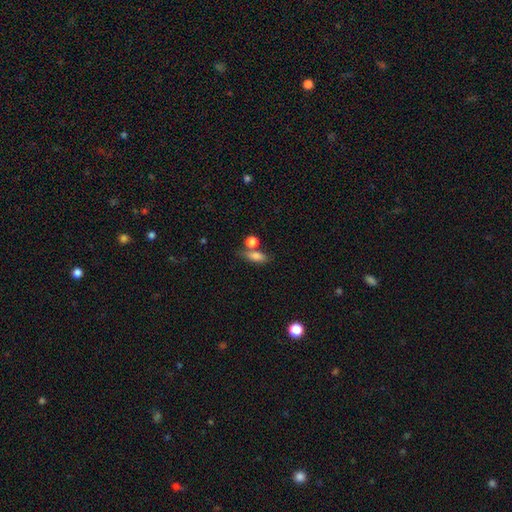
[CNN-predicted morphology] Overall: smooth (80%). How rounded: in between (71%). Merging: none (54%; merger 25%).